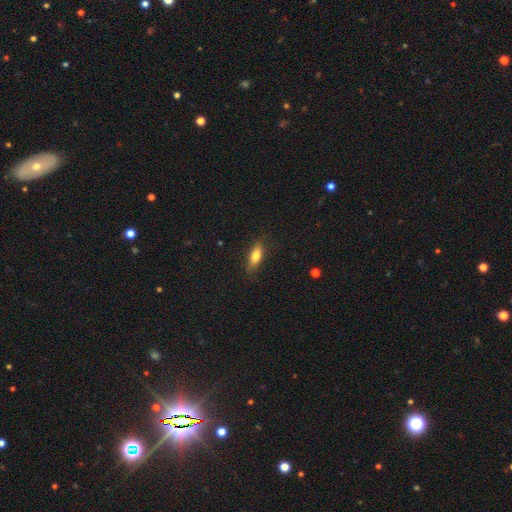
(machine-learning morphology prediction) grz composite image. It shows a smooth galaxy with no disk features (79%) that is in between round and cigar-shaped (69%). Merging: none (83%).